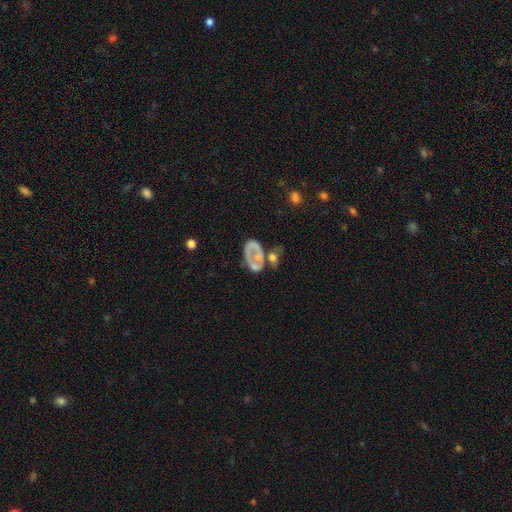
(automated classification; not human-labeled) Smooth or featured? featured or disk (49%)
Merging? none (32%)